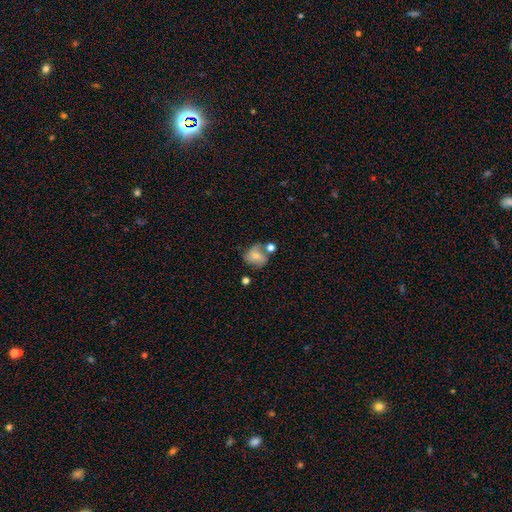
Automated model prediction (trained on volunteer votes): smooth-or-featured: smooth: 59% | featured or disk: 32% | star or artifact: 9%
  how-rounded: round: 64% | in between: 35% | cigar-shaped: 1%
  merging: none: 46% | merger: 24% | minor disturbance: 21% | major disturbance: 9%